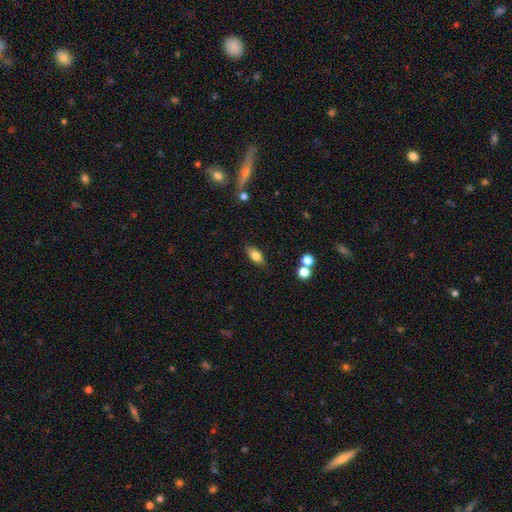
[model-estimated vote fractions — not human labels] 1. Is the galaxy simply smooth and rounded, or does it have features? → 73% smooth, 18% featured or disk, 9% star or artifact.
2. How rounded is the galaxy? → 82% in between, 13% cigar-shaped, 6% round.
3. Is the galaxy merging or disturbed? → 84% none, 11% minor disturbance, 3% merger, 3% major disturbance.